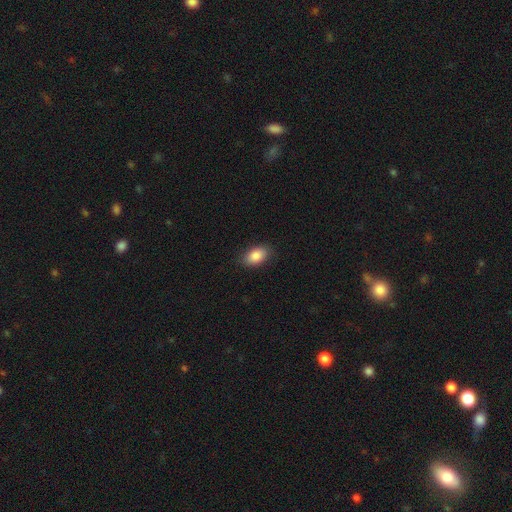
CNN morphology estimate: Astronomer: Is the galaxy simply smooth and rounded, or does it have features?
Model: smooth — 87%.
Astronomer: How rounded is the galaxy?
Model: in between — 90%.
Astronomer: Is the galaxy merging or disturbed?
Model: none — 87%.